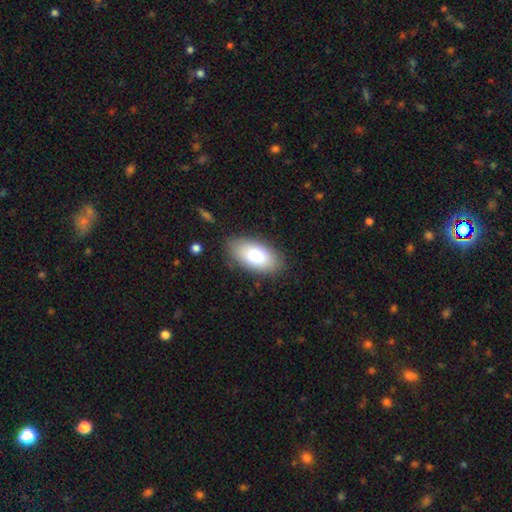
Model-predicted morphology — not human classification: smooth_or_featured: smooth (p=0.77) [alt: featured or disk p=0.16]
how_rounded: in between (p=0.93) [alt: round p=0.04]
merging: none (p=0.84) [alt: minor disturbance p=0.11]